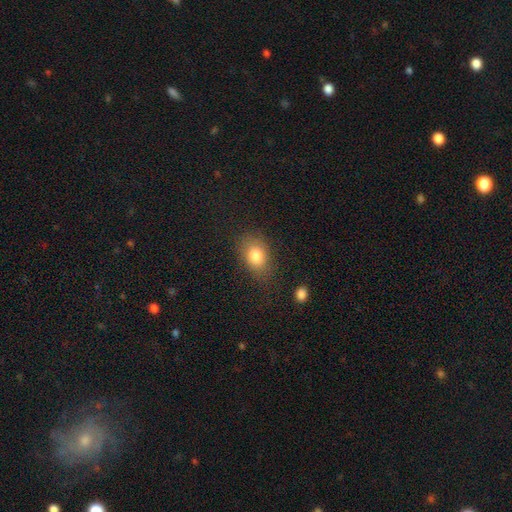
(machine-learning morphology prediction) Smooth or featured? smooth (82%)
How rounded? in between (72%)
Merging? none (74%)